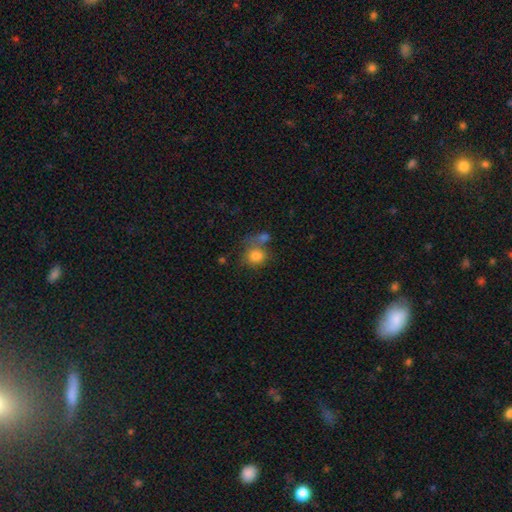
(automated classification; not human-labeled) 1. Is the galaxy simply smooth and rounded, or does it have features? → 80% smooth, 11% featured or disk, 10% star or artifact.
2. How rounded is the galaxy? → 70% round, 29% in between, 1% cigar-shaped.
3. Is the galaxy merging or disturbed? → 43% none, 29% merger, 17% minor disturbance, 11% major disturbance.